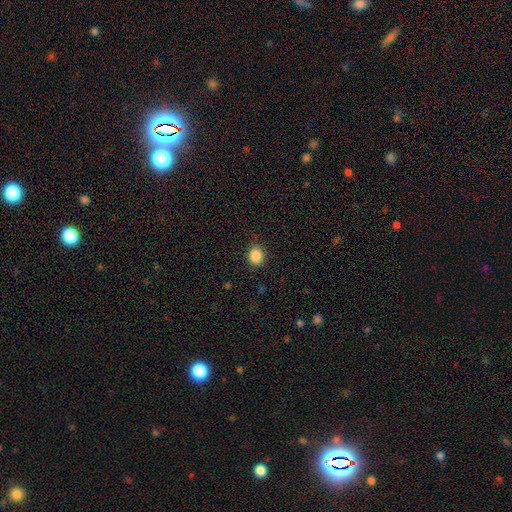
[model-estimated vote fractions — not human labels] Smooth or featured?
  - smooth: 87% *
  - star or artifact: 9%
  - featured or disk: 3%
How rounded?
  - round: 67% *
  - in between: 32%
  - cigar-shaped: 1%
Merging?
  - none: 83% *
  - minor disturbance: 12%
  - major disturbance: 3%
  - merger: 1%